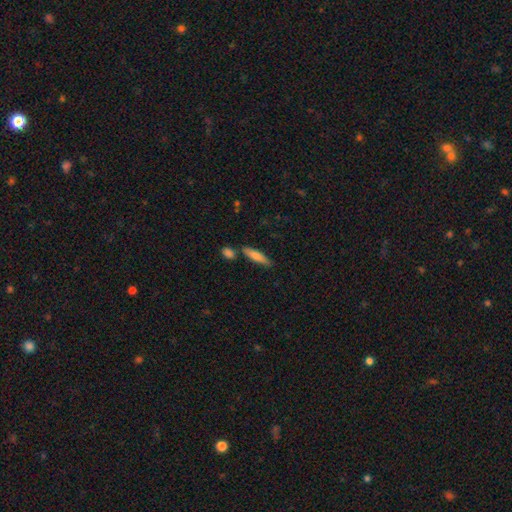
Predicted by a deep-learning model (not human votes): A smooth galaxy with no disk features (68%) that is cigar-shaped (75%). Merging: none (74%).